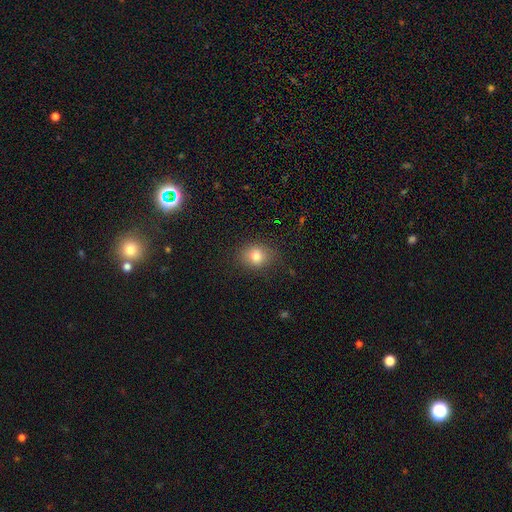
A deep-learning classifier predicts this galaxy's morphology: Smooth or featured?
  - smooth: 79% *
  - star or artifact: 12%
  - featured or disk: 9%
How rounded?
  - round: 61% *
  - in between: 38%
  - cigar-shaped: 1%
Merging?
  - none: 81% *
  - minor disturbance: 14%
  - major disturbance: 4%
  - merger: 1%